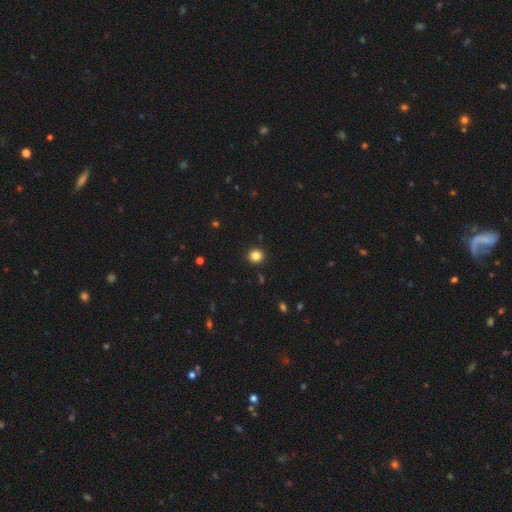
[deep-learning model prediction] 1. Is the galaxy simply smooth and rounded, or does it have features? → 84% smooth, 12% star or artifact, 4% featured or disk.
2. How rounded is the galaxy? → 90% round, 9% in between, 1% cigar-shaped.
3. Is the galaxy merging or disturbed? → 92% none, 5% minor disturbance, 2% major disturbance, 1% merger.